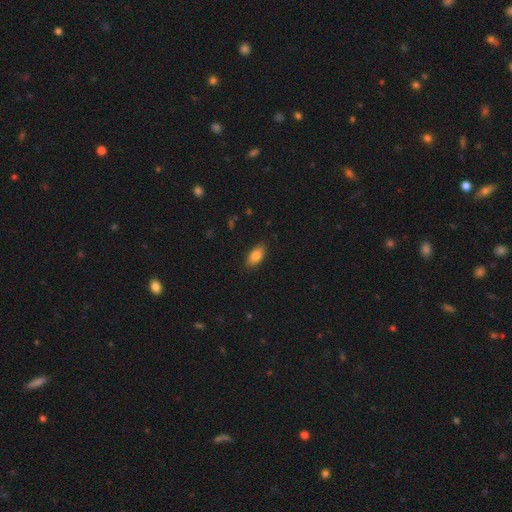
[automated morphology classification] Smooth or featured? Predicted: smooth (p=0.84). How rounded? Predicted: in between (p=0.90). Merging? Predicted: none (p=0.86).